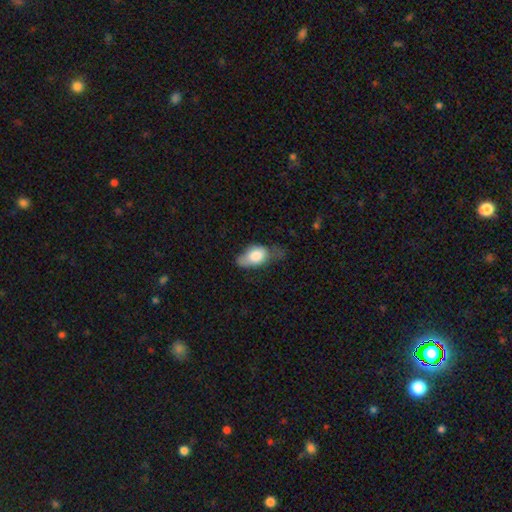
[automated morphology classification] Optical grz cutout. It shows a smooth galaxy with no disk features (78%) that is in between round and cigar-shaped (90%). Merging: minor disturbance (42%).